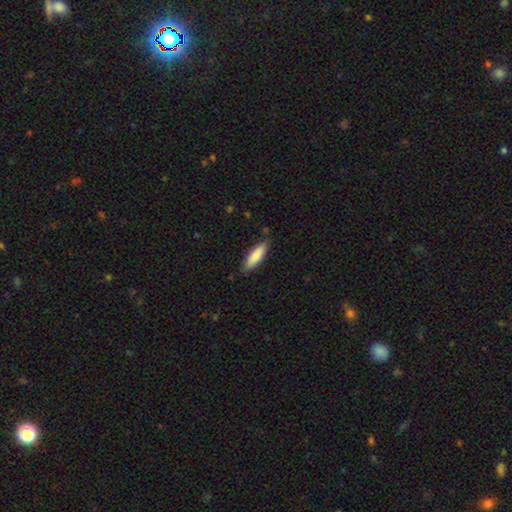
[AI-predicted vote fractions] Smooth or featured: smooth — 84% (featured or disk — 11%)
How rounded: cigar-shaped — 63% (in between — 35%)
Merging: none — 83% (minor disturbance — 13%)